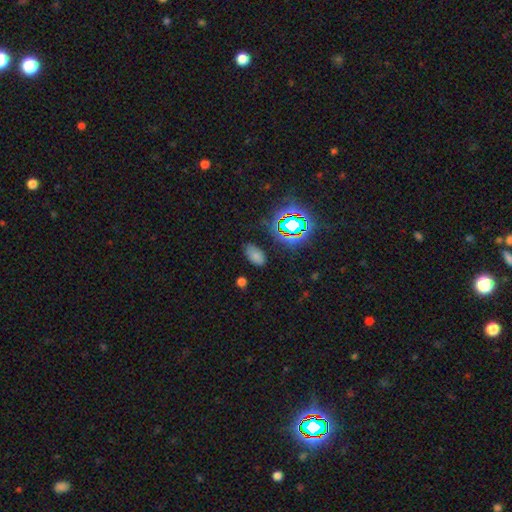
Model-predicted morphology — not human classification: Smooth or featured?
  - smooth: 67% *
  - star or artifact: 25%
  - featured or disk: 8%
How rounded?
  - in between: 92% *
  - round: 6%
  - cigar-shaped: 2%
Merging?
  - none: 78% *
  - minor disturbance: 15%
  - major disturbance: 4%
  - merger: 2%